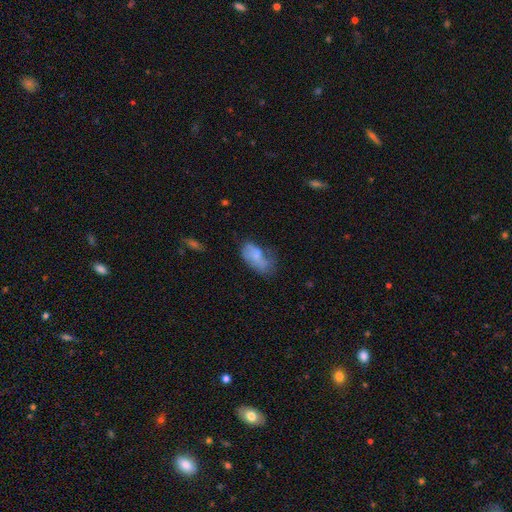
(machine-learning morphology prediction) Smooth or featured?
  - smooth: 64% *
  - featured or disk: 27%
  - star or artifact: 9%
How rounded?
  - in between: 92% *
  - round: 5%
  - cigar-shaped: 3%
Merging?
  - none: 34% *
  - minor disturbance: 33%
  - major disturbance: 27%
  - merger: 6%